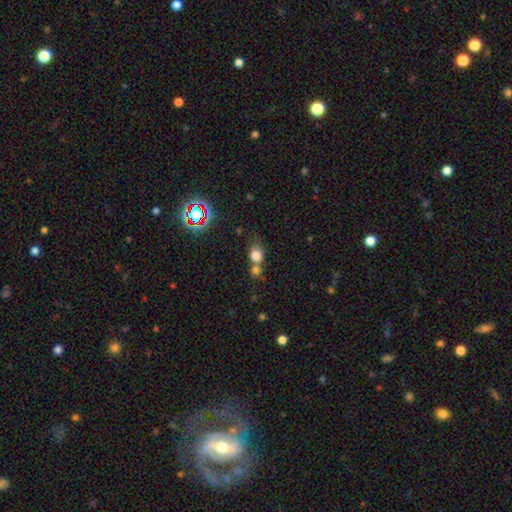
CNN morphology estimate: A smooth galaxy with no disk features (74%) that is round (63%).

Vote fractions:
- Smooth or featured? smooth: 74% / star or artifact: 14% / featured or disk: 12%
- How rounded? round: 63% / in between: 35% / cigar-shaped: 2%
- Merging? merger: 50% / none: 33% / minor disturbance: 11% / major disturbance: 6%